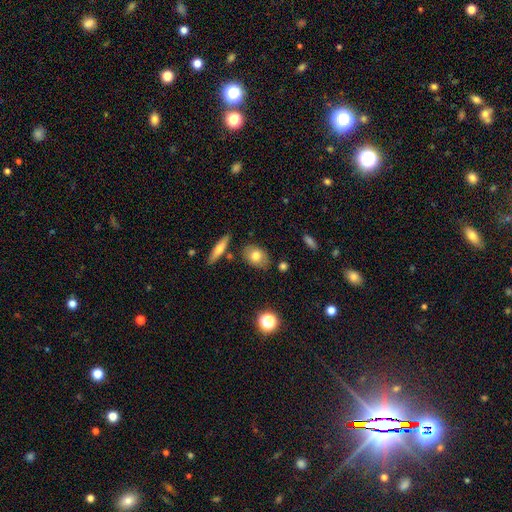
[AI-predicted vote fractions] A smooth galaxy with no disk features (73%) that is in between round and cigar-shaped (74%). Merging: none (77%).